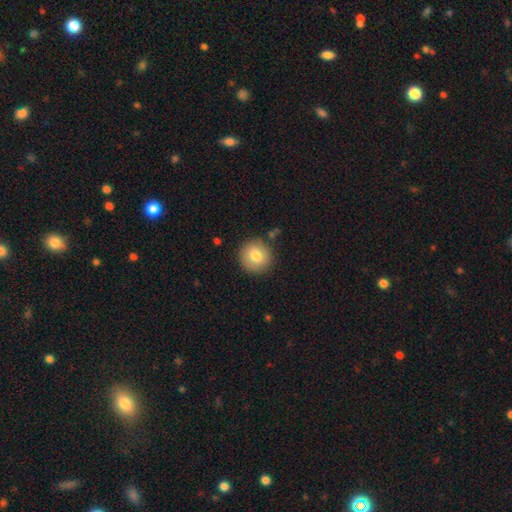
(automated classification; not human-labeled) Smooth or featured: smooth — 79% (featured or disk — 12%)
How rounded: round — 94% (in between — 5%)
Merging: none — 87% (minor disturbance — 8%)